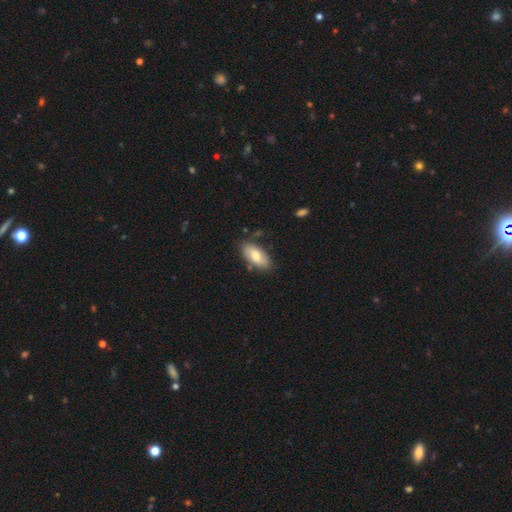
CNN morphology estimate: Smooth or featured? smooth (73%)
How rounded? in between (91%)
Merging? none (81%)